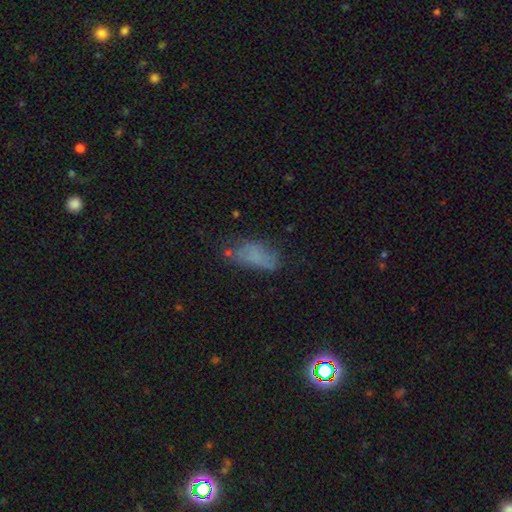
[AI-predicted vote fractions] A smooth galaxy with no disk features (61%) that is in between round and cigar-shaped (83%).

Vote fractions:
- Smooth or featured? smooth: 61% / featured or disk: 24% / star or artifact: 15%
- How rounded? in between: 83% / cigar-shaped: 12% / round: 4%
- Merging? none: 49% / minor disturbance: 28% / major disturbance: 17% / merger: 5%